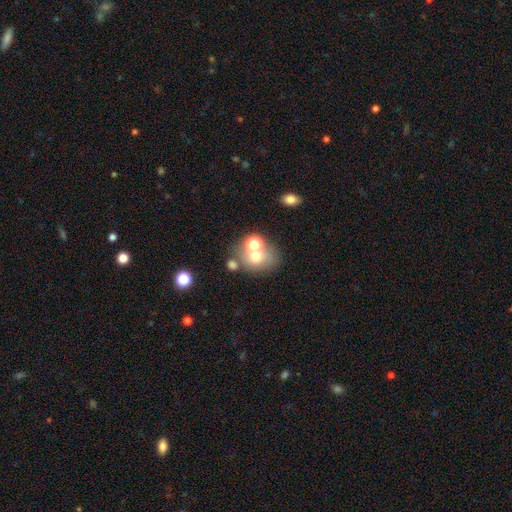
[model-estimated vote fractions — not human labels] This is likely a smooth galaxy (62%). How rounded: possibly round (59%). Merging: marginally none (44%).